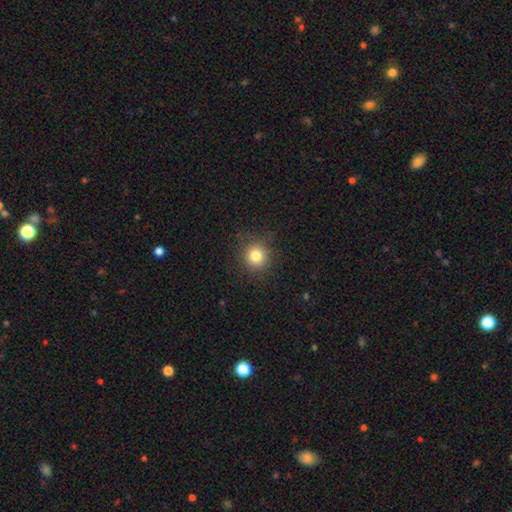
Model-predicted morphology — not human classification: A smooth galaxy with no disk features (81%) that is round (93%). Merging: none (87%).